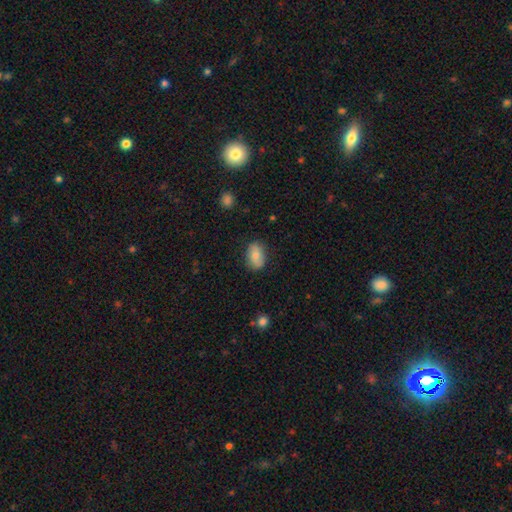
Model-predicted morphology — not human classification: This is likely a smooth galaxy (76%). How rounded: clearly in between (89%). Merging: clearly none (83%).